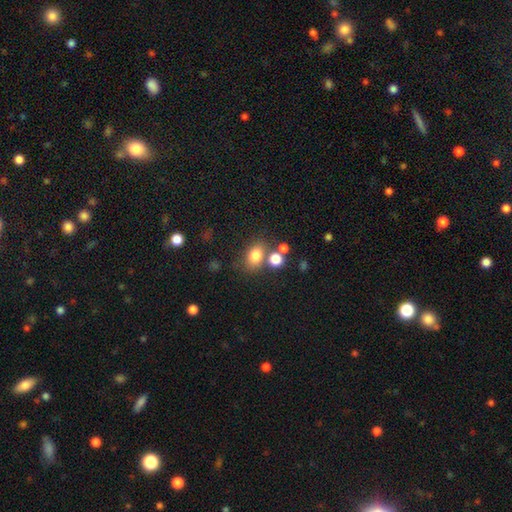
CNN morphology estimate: Overall: smooth (78%). How rounded: in between (58%; round 41%). Merging: none (65%).